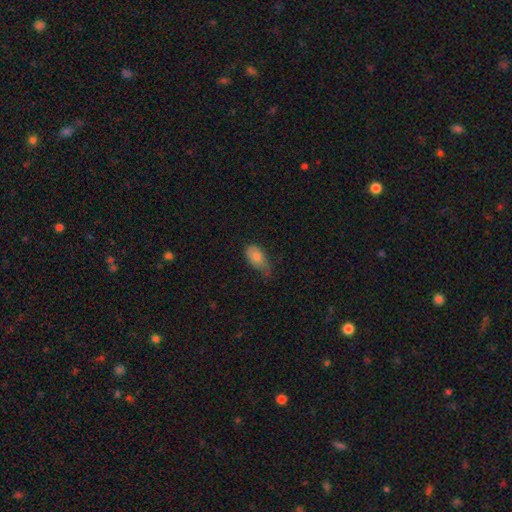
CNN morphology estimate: Smooth or featured? Predicted: smooth (p=0.71). How rounded? Predicted: in between (p=0.88). Merging? Predicted: none (p=0.43).